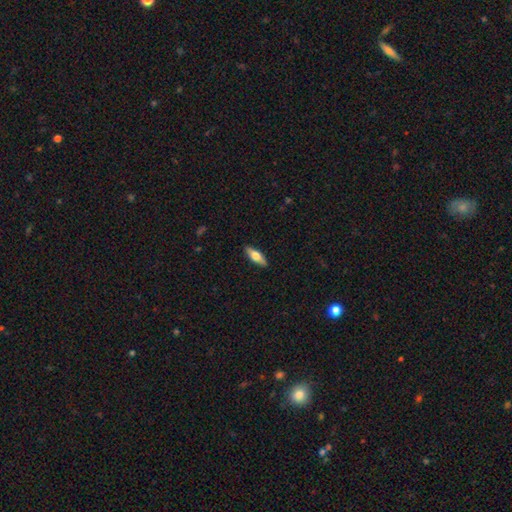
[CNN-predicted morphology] type=smooth (51%); roundness=in between (52%); merging=none (89%).